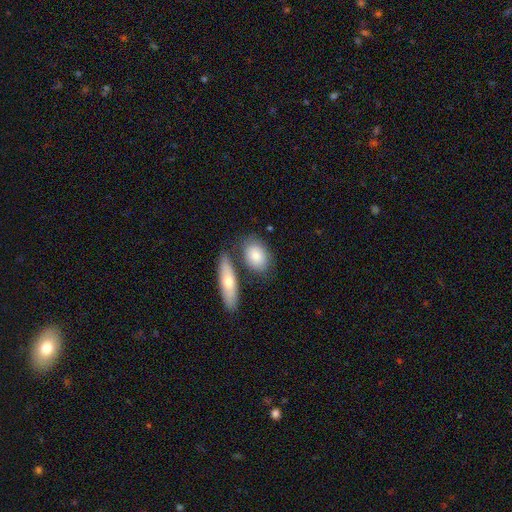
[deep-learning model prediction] Morphology: type=smooth (81%); roundness=in between (79%); merging=none (64%).